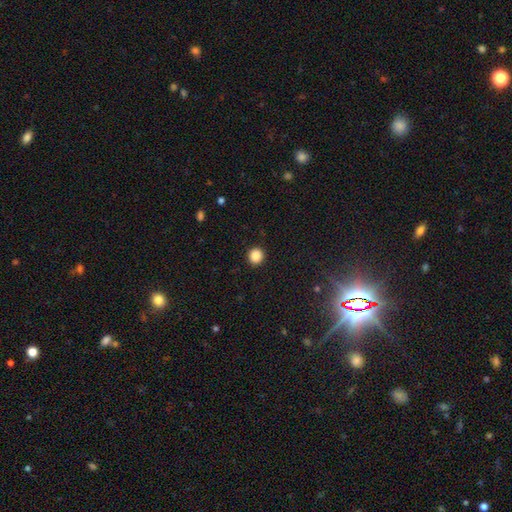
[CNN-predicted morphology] Smooth or featured: smooth — 88% (star or artifact — 10%)
How rounded: round — 92% (in between — 7%)
Merging: none — 92% (minor disturbance — 5%)